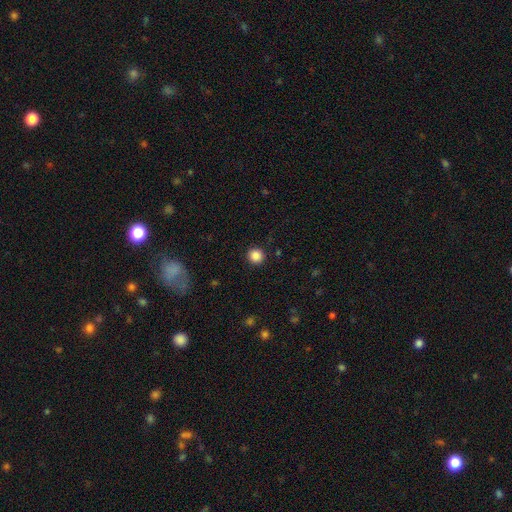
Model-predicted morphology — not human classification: smooth-or-featured: smooth: 87% | star or artifact: 10% | featured or disk: 3%
  how-rounded: round: 93% | in between: 6% | cigar-shaped: 1%
  merging: none: 92% | minor disturbance: 5% | major disturbance: 2% | merger: 1%